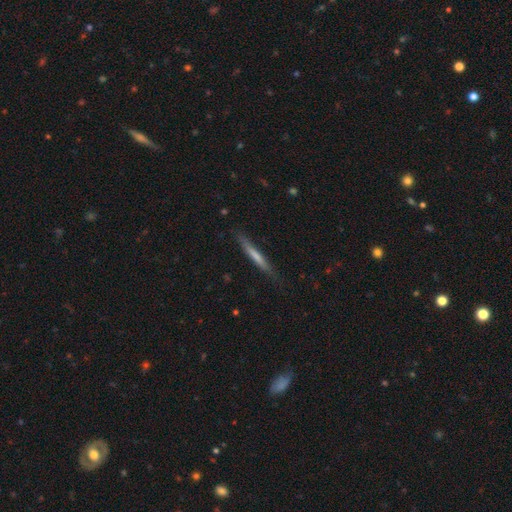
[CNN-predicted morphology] This appears to be a smooth galaxy with no disk features (54%) that is cigar-shaped (96%). Merging: none (83%).